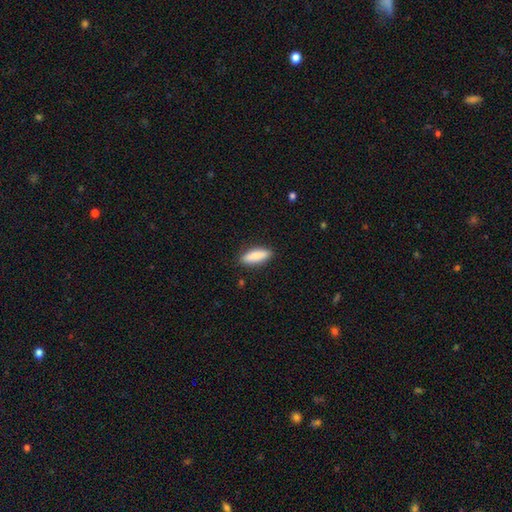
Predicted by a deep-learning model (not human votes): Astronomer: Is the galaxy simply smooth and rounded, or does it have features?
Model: smooth — 85%.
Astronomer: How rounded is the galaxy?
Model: in between — 61% (runner-up: cigar-shaped, 37%).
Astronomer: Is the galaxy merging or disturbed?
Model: none — 86%.